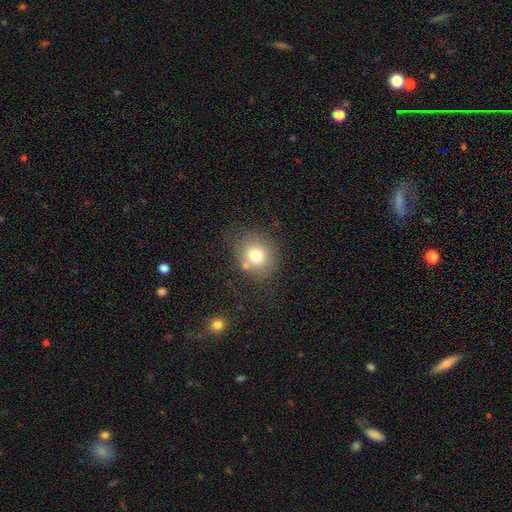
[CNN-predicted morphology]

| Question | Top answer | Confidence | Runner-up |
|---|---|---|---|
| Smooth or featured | smooth | 75% | featured or disk (14%) |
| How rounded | round | 72% | in between (27%) |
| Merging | none | 63% | minor disturbance (19%) |